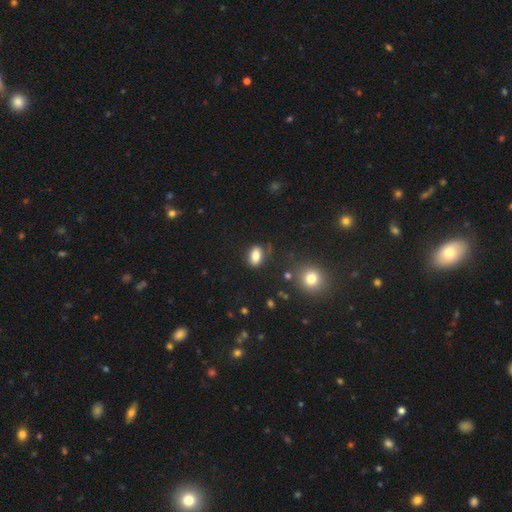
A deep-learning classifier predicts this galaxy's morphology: The model was most divided on "merging": none: 80%, minor disturbance: 13%, major disturbance: 3%, merger: 3%. More confident: how rounded — in between (86%); smooth or featured — smooth (83%).